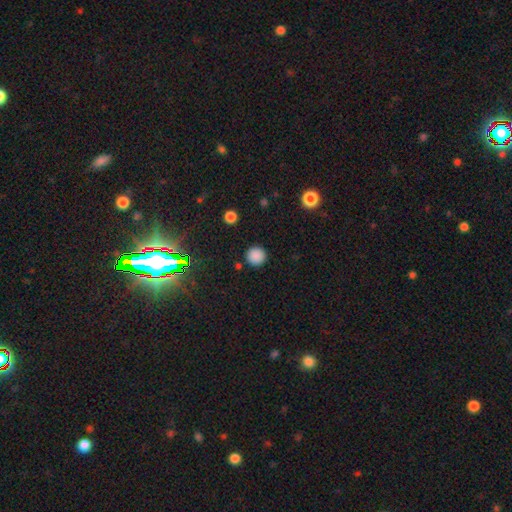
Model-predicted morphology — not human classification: A smooth galaxy with no disk features (84%) that is round (96%).

Vote fractions:
- Smooth or featured? smooth: 84% / star or artifact: 13% / featured or disk: 3%
- How rounded? round: 96% / in between: 4% / cigar-shaped: 1%
- Merging? none: 90% / minor disturbance: 6% / major disturbance: 2% / merger: 2%